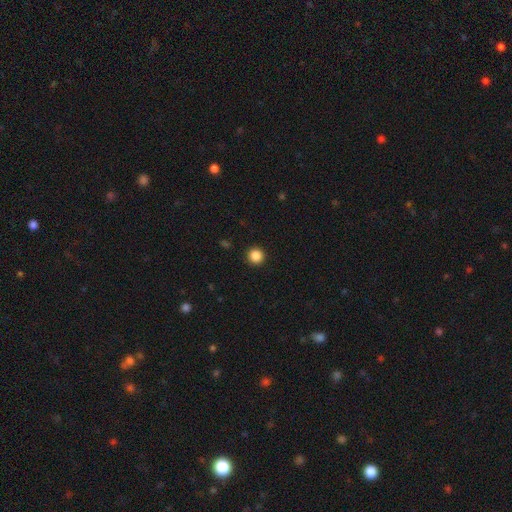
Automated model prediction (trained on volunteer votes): Smooth or featured? smooth (87%)
How rounded? round (96%)
Merging? none (93%)